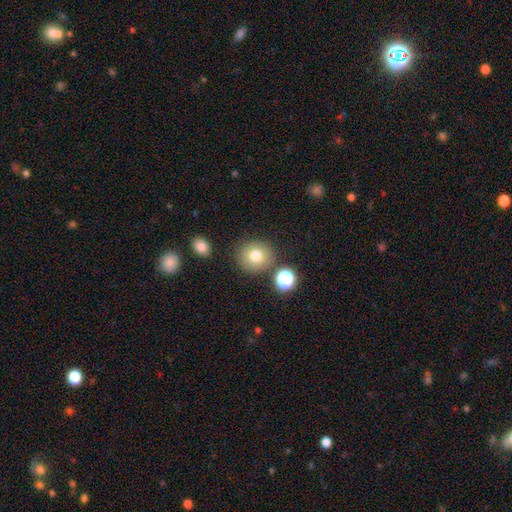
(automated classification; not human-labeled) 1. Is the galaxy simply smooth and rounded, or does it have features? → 77% smooth, 12% star or artifact, 11% featured or disk.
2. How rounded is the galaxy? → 89% round, 10% in between, 1% cigar-shaped.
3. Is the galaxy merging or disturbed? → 82% none, 9% minor disturbance, 6% merger, 3% major disturbance.